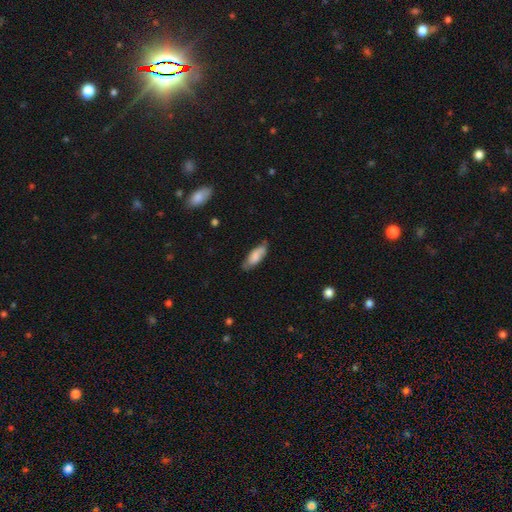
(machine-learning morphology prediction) smooth-or-featured: smooth: 75% | featured or disk: 19% | star or artifact: 6%
  how-rounded: in between: 71% | cigar-shaped: 27% | round: 2%
  merging: none: 72% | minor disturbance: 22% | major disturbance: 4% | merger: 2%